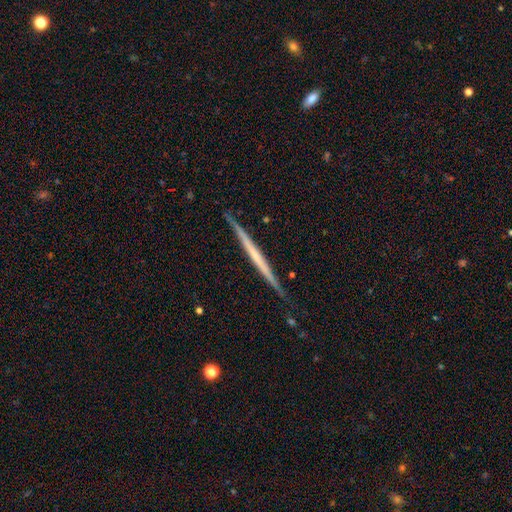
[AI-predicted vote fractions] A featured or disk galaxy (65%) viewed edge-on (98%) with no central bulge (84%). Merging: none (88%).